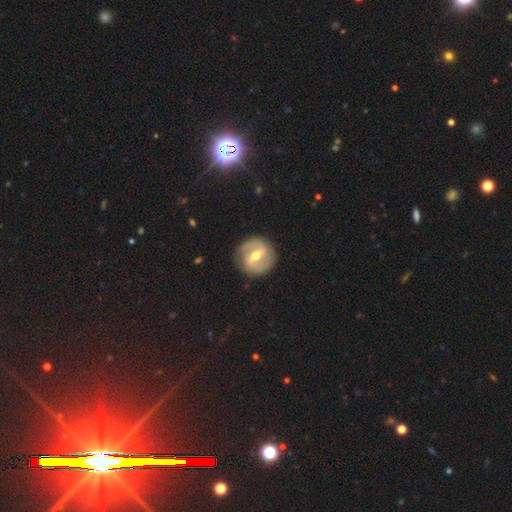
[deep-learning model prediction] Smooth or featured: featured or disk — 73% (smooth — 22%)
Edge-on disk: no — 96% (yes — 4%)
Bar: weak — 45% (strong — 39%)
Spiral arms: yes — 81% (no — 19%)
Spiral winding: medium — 43% (tight — 37%)
Spiral arm count: 2 — 85% (can't tell — 7%)
Bulge size: moderate — 73% (small — 21%)
Merging: none — 86% (minor disturbance — 9%)